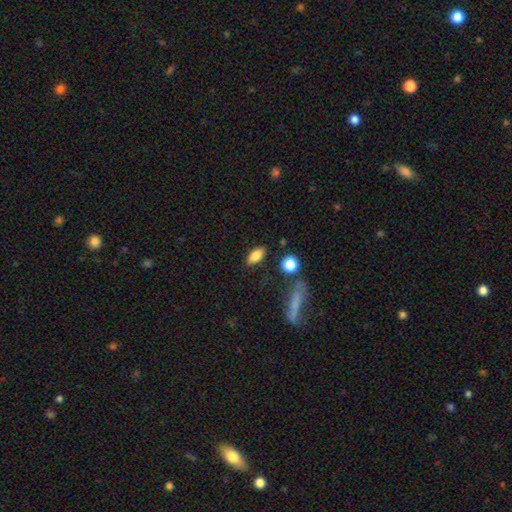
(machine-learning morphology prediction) A smooth galaxy with no disk features (80%) that is in between round and cigar-shaped (83%).

Vote fractions:
- Smooth or featured? smooth: 80% / featured or disk: 11% / star or artifact: 8%
- How rounded? in between: 83% / cigar-shaped: 11% / round: 6%
- Merging? none: 83% / minor disturbance: 11% / merger: 3% / major disturbance: 3%